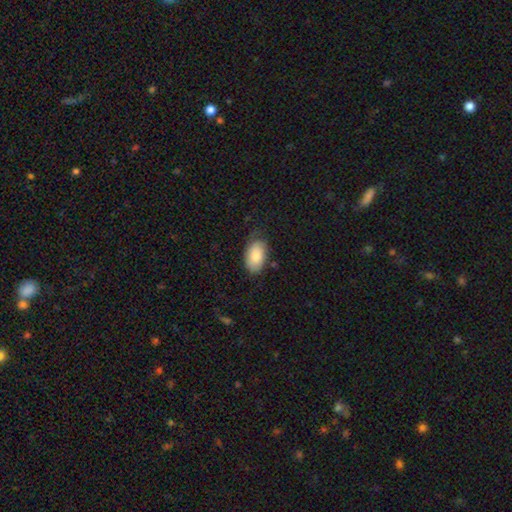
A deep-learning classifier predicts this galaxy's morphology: Q: Smooth or featured?
A: smooth (83%); runner-up: featured or disk (11%)
Q: How rounded?
A: in between (94%); runner-up: round (5%)
Q: Merging?
A: none (64%); runner-up: minor disturbance (27%)